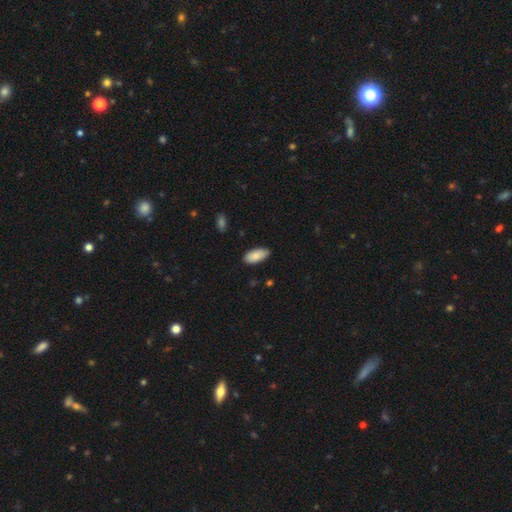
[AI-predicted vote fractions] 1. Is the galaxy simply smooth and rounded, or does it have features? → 86% smooth, 8% featured or disk, 6% star or artifact.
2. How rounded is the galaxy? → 92% in between, 6% cigar-shaped, 2% round.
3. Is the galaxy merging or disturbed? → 85% none, 12% minor disturbance, 2% major disturbance, 1% merger.